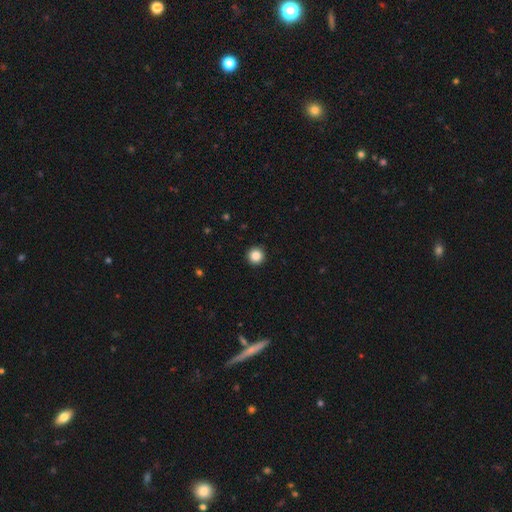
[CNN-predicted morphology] Smooth or featured? smooth (87%)
How rounded? round (96%)
Merging? none (94%)